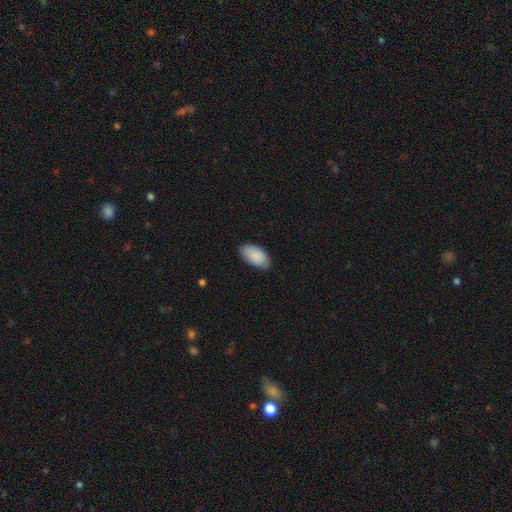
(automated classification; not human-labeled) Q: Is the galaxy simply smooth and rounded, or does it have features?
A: smooth — 89%.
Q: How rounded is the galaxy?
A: in between — 96%.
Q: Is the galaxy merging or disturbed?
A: none — 84%.